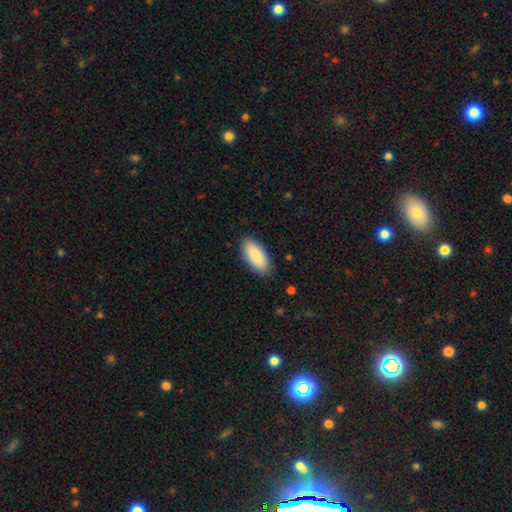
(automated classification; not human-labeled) Q: Smooth or featured?
A: smooth (90%); runner-up: star or artifact (5%)
Q: How rounded?
A: in between (89%); runner-up: cigar-shaped (10%)
Q: Merging?
A: none (87%); runner-up: minor disturbance (9%)